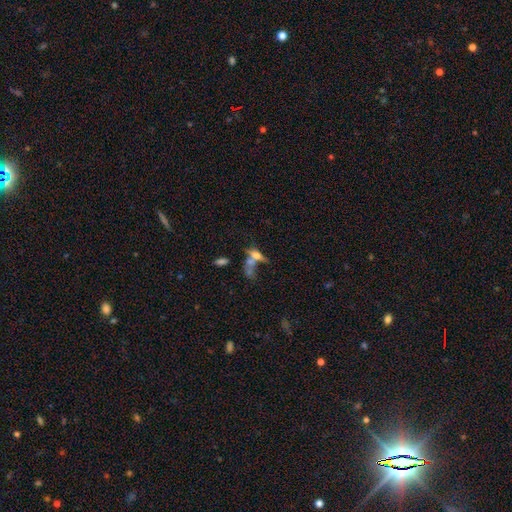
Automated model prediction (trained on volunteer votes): Overall: smooth (50%; featured or disk 37%). Merging: merger (46%; none 28%).